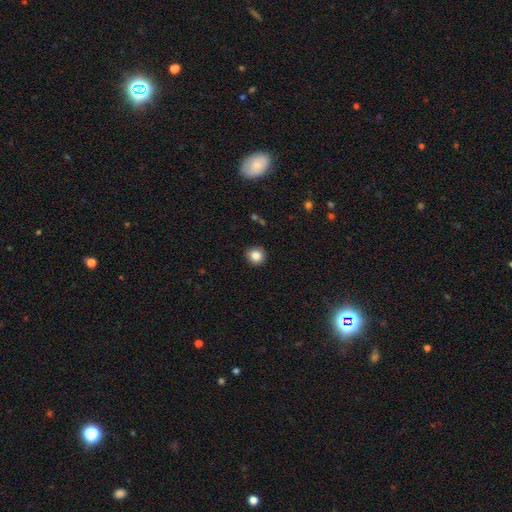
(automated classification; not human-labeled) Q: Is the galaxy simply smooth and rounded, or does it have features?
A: smooth — 84%.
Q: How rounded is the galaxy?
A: round — 91%.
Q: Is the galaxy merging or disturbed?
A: none — 89%.